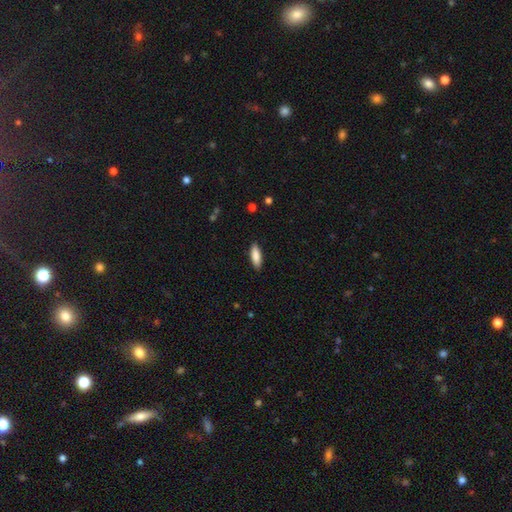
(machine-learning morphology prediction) Smooth or featured? smooth (86%)
How rounded? in between (55%)
Merging? none (88%)